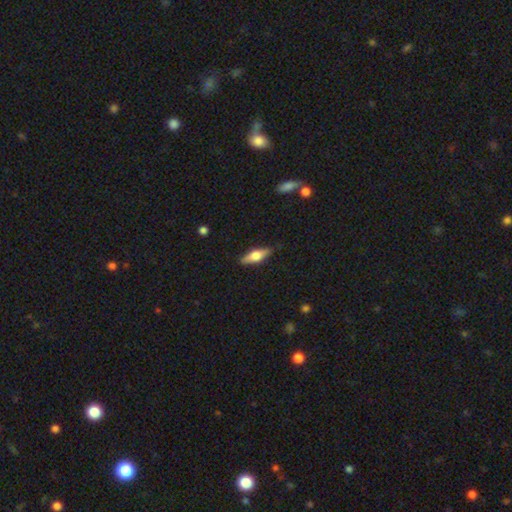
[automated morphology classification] Overall: featured or disk (48%; smooth 46%). Merging: none (85%).